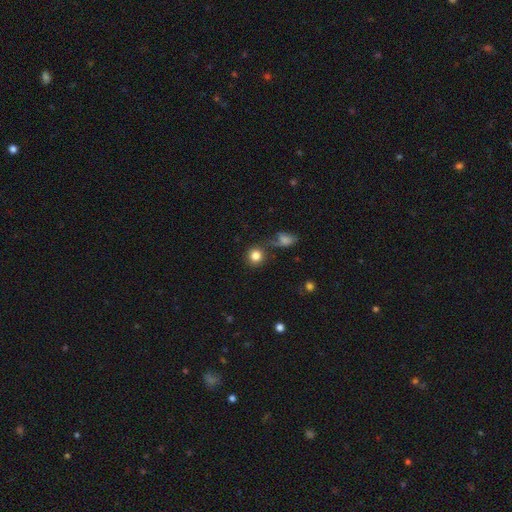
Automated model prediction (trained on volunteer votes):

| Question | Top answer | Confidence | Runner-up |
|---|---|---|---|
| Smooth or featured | smooth | 83% | star or artifact (11%) |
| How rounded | round | 89% | in between (10%) |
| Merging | none | 74% | minor disturbance (12%) |